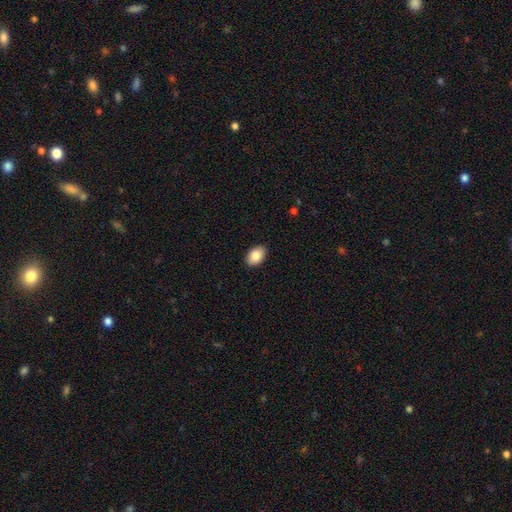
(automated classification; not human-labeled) Smooth or featured: smooth — 87% (star or artifact — 7%)
How rounded: in between — 88% (round — 11%)
Merging: none — 89% (minor disturbance — 9%)